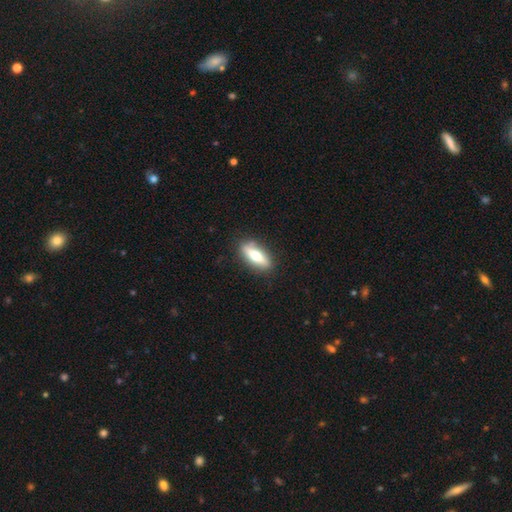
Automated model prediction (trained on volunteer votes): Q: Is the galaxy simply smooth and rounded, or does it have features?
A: smooth — 53%.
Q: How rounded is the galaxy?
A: in between — 59%.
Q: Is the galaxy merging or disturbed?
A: none — 84%.